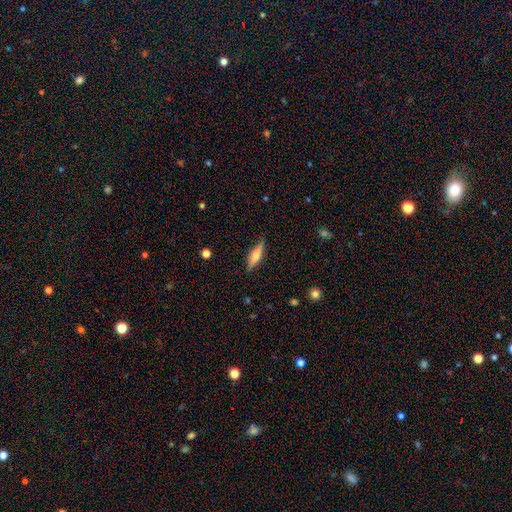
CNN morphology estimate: Smooth or featured?
  - featured or disk: 47% * (tied)
  - smooth: 47% * (tied)
  - star or artifact: 6%
Merging?
  - none: 85% *
  - minor disturbance: 11%
  - major disturbance: 2%
  - merger: 1%